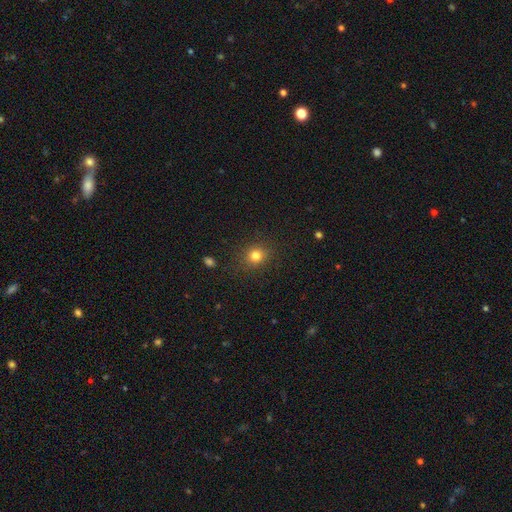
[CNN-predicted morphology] smooth-or-featured: smooth: 80% | star or artifact: 14% | featured or disk: 6%
  how-rounded: round: 82% | in between: 17% | cigar-shaped: 1%
  merging: none: 87% | minor disturbance: 9% | major disturbance: 3% | merger: 1%